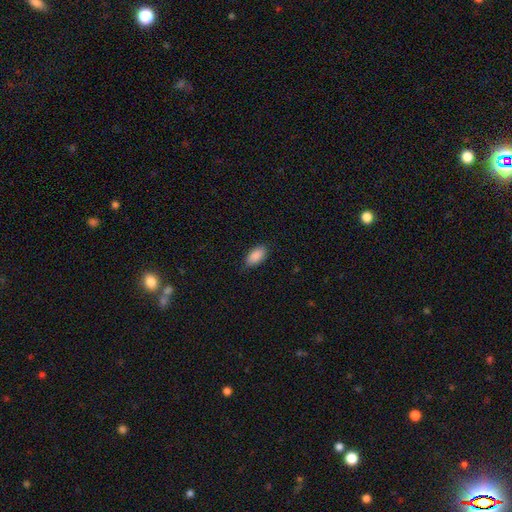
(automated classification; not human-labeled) This appears to be a smooth galaxy with no disk features (89%) that is in between round and cigar-shaped (93%). Merging: none (86%).